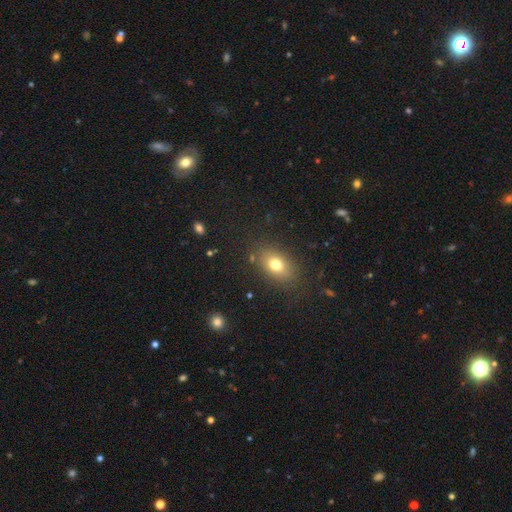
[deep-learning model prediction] A smooth galaxy with no disk features (69%) that is in between round and cigar-shaped (70%).

Vote fractions:
- Smooth or featured? smooth: 69% / star or artifact: 21% / featured or disk: 10%
- How rounded? in between: 70% / round: 28% / cigar-shaped: 2%
- Merging? none: 87% / minor disturbance: 9% / major disturbance: 3% / merger: 2%